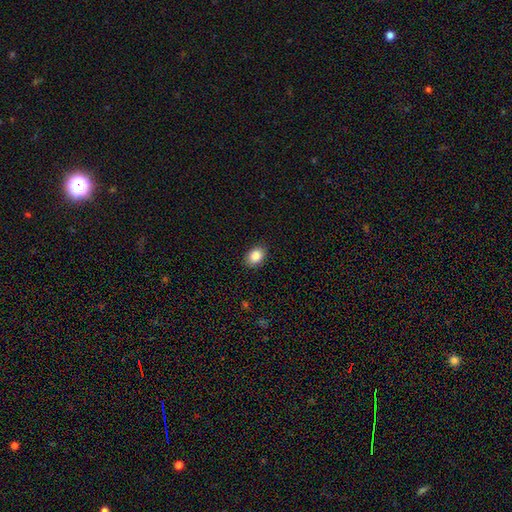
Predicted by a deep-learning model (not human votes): Smooth or featured: smooth — 86% (star or artifact — 8%)
How rounded: in between — 75% (round — 24%)
Merging: none — 88% (minor disturbance — 9%)